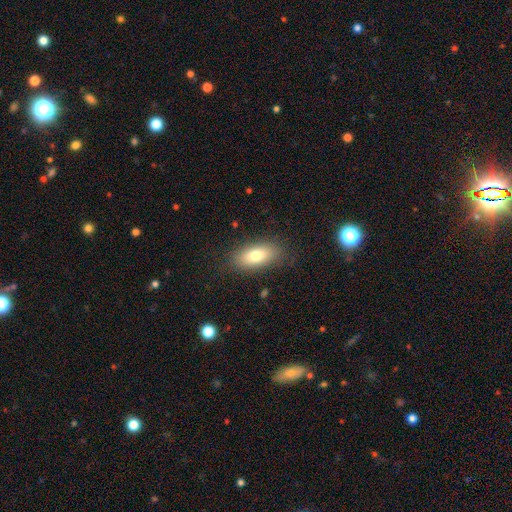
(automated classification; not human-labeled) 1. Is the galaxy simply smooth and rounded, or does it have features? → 77% smooth, 16% featured or disk, 8% star or artifact.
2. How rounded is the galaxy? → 82% in between, 14% cigar-shaped, 4% round.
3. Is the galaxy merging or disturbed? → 83% none, 12% minor disturbance, 4% major disturbance, 1% merger.